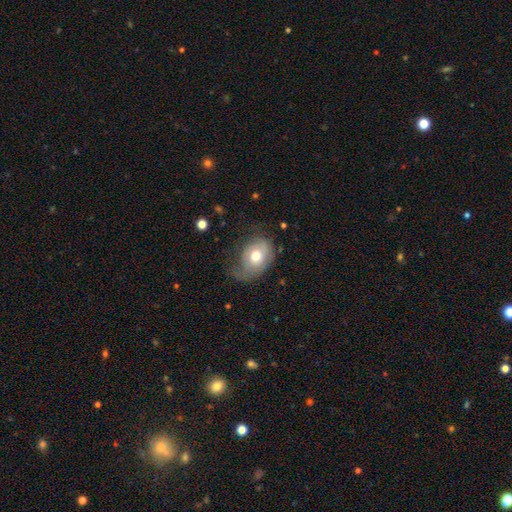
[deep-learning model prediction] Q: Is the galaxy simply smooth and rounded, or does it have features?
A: smooth — 62%.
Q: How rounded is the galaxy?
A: in between — 65%.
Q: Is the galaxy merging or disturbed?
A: none — 37%.